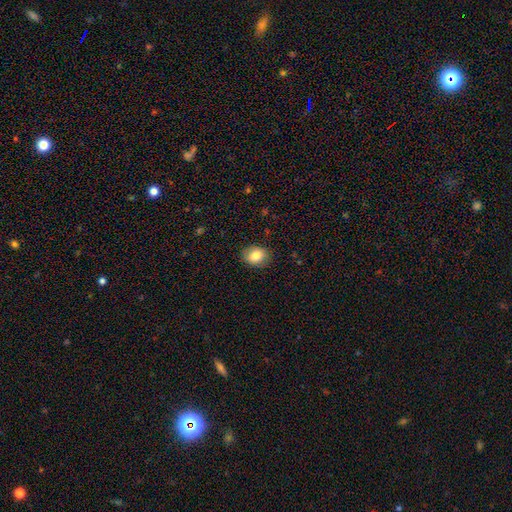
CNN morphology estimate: The model was most divided on "how rounded": in between: 58%, round: 41%, cigar-shaped: 1%. More confident: merging — none (86%); smooth or featured — smooth (82%).